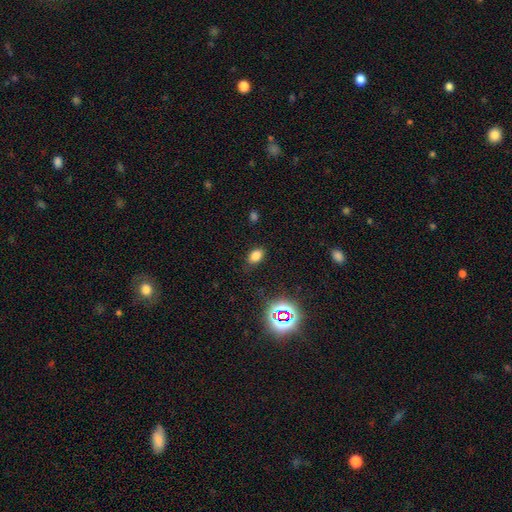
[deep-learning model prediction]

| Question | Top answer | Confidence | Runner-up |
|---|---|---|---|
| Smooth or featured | smooth | 76% | star or artifact (17%) |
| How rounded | in between | 84% | round (14%) |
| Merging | none | 84% | minor disturbance (11%) |